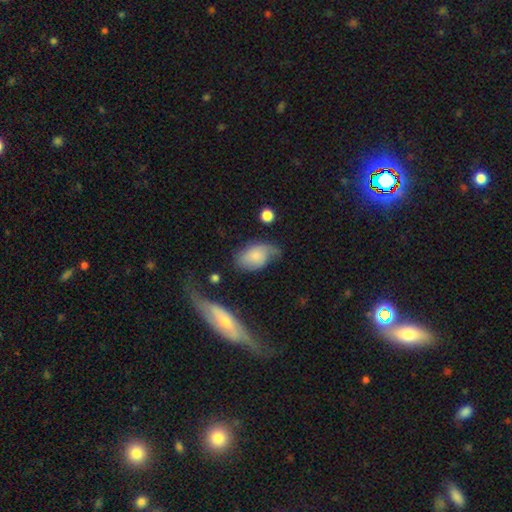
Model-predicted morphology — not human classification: Smooth or featured: smooth — 59% (featured or disk — 33%)
How rounded: in between — 88% (round — 10%)
Merging: none — 37% (minor disturbance — 35%)